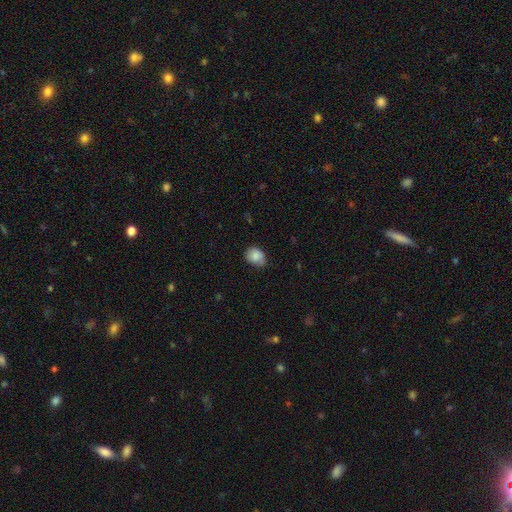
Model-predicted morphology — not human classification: Overall: smooth (83%). How rounded: in between (56%; round 43%). Merging: none (61%; minor disturbance 32%).